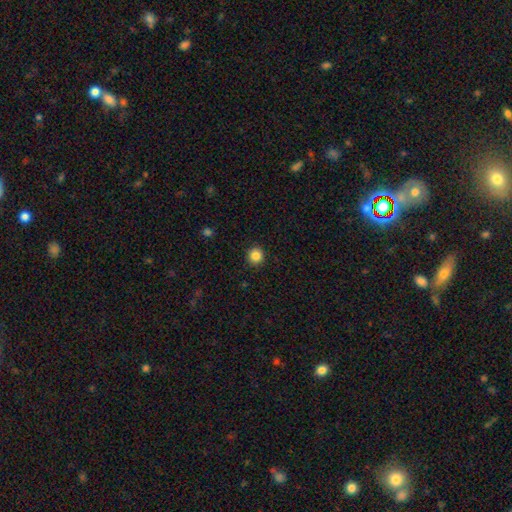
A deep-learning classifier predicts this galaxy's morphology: Smooth or featured?
  - smooth: 86% *
  - star or artifact: 11%
  - featured or disk: 4%
How rounded?
  - round: 93% *
  - in between: 6%
  - cigar-shaped: 1%
Merging?
  - none: 92% *
  - minor disturbance: 5%
  - major disturbance: 2%
  - merger: 1%